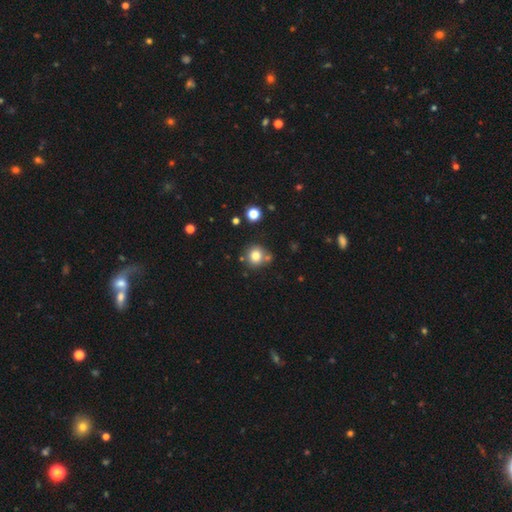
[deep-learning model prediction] Overall: smooth (80%). How rounded: round (87%). Merging: none (70%).